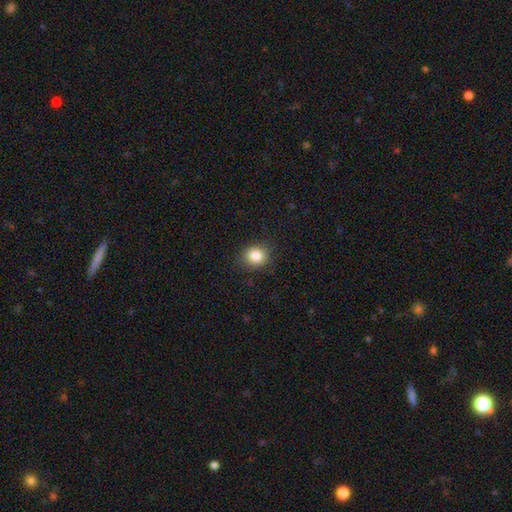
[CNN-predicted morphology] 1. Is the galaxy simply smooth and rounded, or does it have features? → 85% smooth, 10% star or artifact, 5% featured or disk.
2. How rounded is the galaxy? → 73% round, 26% in between, 1% cigar-shaped.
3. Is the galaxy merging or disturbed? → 84% none, 11% minor disturbance, 3% major disturbance, 1% merger.